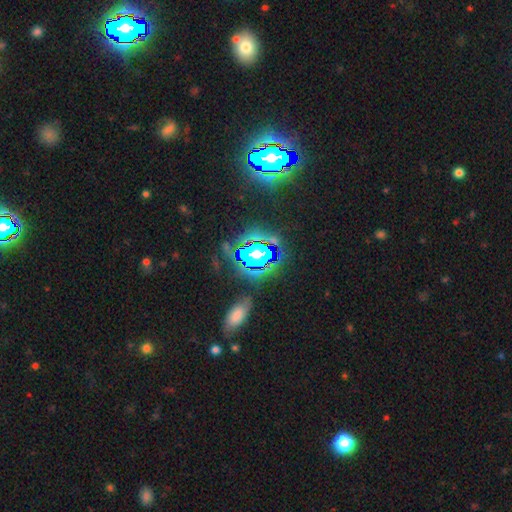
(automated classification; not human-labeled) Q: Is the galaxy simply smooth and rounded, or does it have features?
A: star or artifact — 72%.